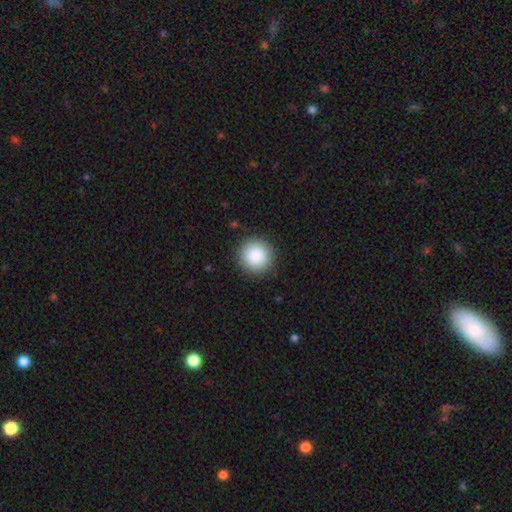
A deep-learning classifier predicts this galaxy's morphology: Smooth or featured?
  - smooth: 88% *
  - star or artifact: 8%
  - featured or disk: 4%
How rounded?
  - round: 95% *
  - in between: 4%
  - cigar-shaped: 1%
Merging?
  - none: 91% *
  - minor disturbance: 6%
  - major disturbance: 2%
  - merger: 1%